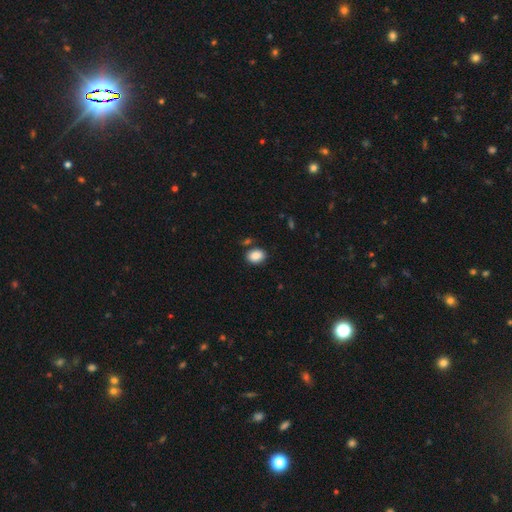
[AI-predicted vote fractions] This appears to be a smooth galaxy with no disk features (89%) that is in between round and cigar-shaped (70%). Merging: none (80%).